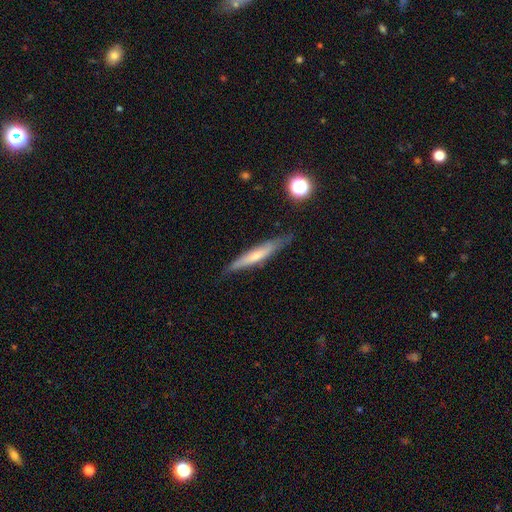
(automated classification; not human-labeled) smooth_or_featured: smooth (p=0.48) [alt: featured or disk p=0.45]
merging: none (p=0.80) [alt: minor disturbance p=0.15]